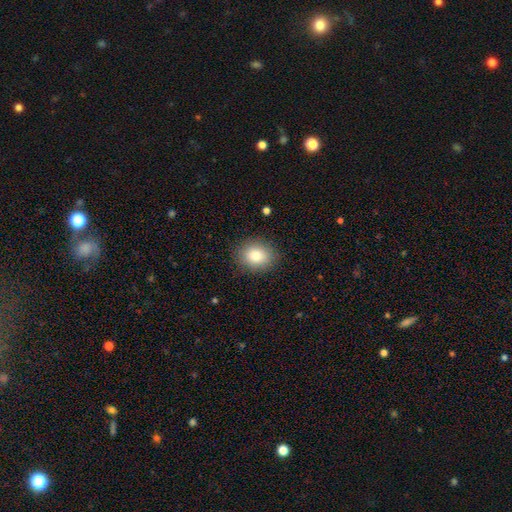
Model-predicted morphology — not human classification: smooth_or_featured: smooth (p=0.82) [alt: star or artifact p=0.09]
how_rounded: round (p=0.60) [alt: in between p=0.39]
merging: none (p=0.88) [alt: minor disturbance p=0.09]